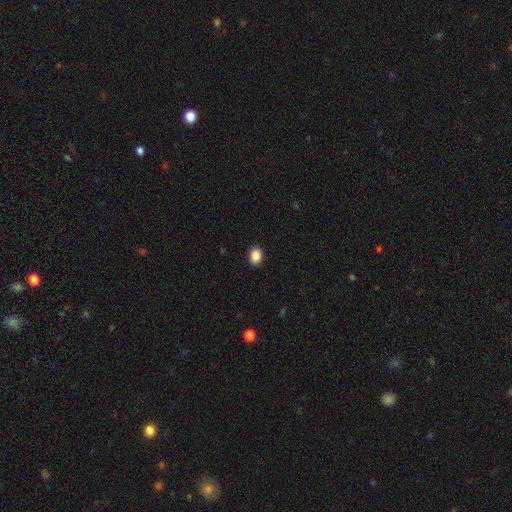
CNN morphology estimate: This is clearly a smooth galaxy (89%). How rounded: likely in between (71%). Merging: clearly none (90%).